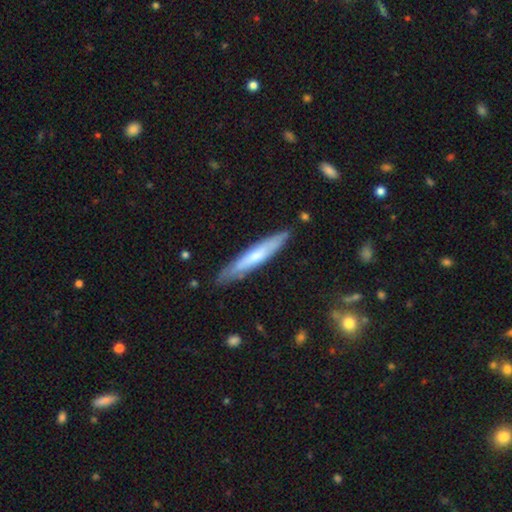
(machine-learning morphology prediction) A smooth galaxy with no disk features (54%) that is cigar-shaped (91%).

Vote fractions:
- Smooth or featured? smooth: 54% / featured or disk: 40% / star or artifact: 5%
- How rounded? cigar-shaped: 91% / in between: 8% / round: 1%
- Merging? none: 83% / minor disturbance: 13% / major disturbance: 2% / merger: 2%